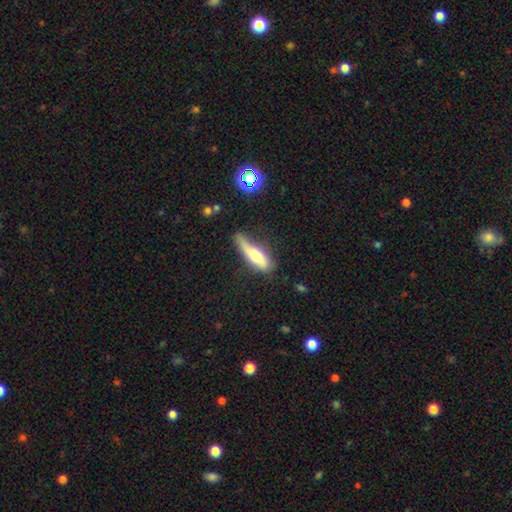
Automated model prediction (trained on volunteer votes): Smooth or featured?
  - smooth: 65% *
  - featured or disk: 27%
  - star or artifact: 7%
How rounded?
  - cigar-shaped: 63% *
  - in between: 34%
  - round: 2%
Merging?
  - minor disturbance: 38% *
  - none: 37%
  - major disturbance: 19%
  - merger: 6%